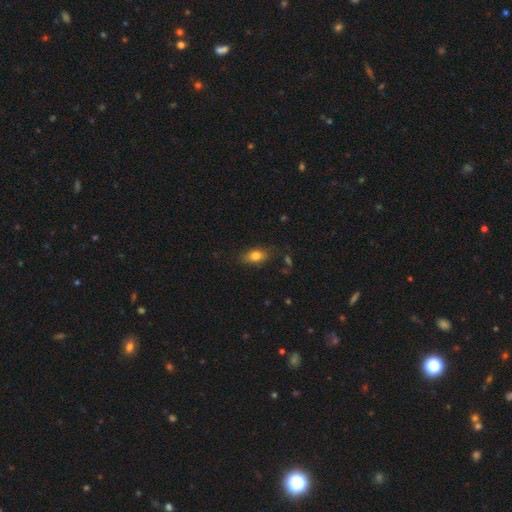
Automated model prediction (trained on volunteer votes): Smooth or featured? smooth (80%)
How rounded? in between (82%)
Merging? none (77%)